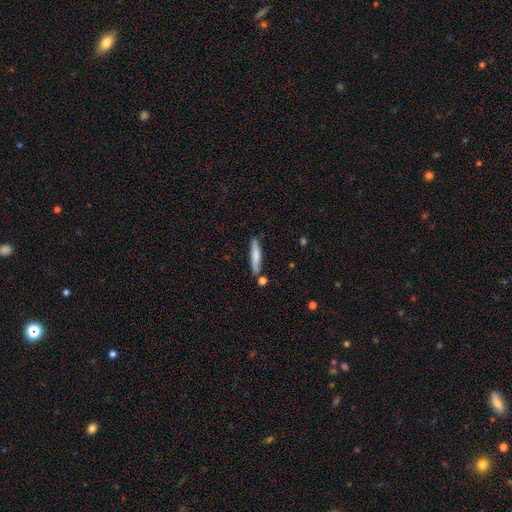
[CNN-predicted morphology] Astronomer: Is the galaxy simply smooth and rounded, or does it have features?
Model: smooth — 75%.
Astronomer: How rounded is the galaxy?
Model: cigar-shaped — 89%.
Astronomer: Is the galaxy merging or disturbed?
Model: none — 78%.